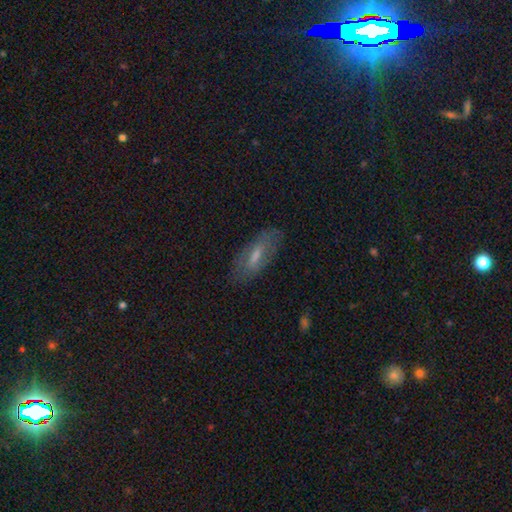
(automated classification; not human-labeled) smooth_or_featured: smooth (p=0.51) [alt: featured or disk p=0.41]
how_rounded: in between (p=0.65) [alt: cigar-shaped p=0.32]
merging: none (p=0.77) [alt: minor disturbance p=0.16]